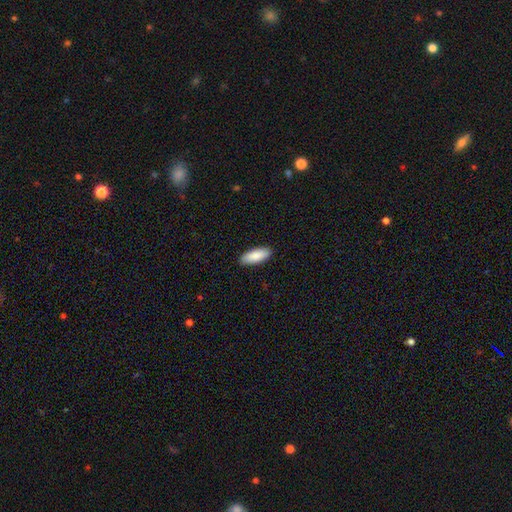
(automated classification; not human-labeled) Morphology: type=smooth (89%); roundness=in between (75%); merging=none (90%).